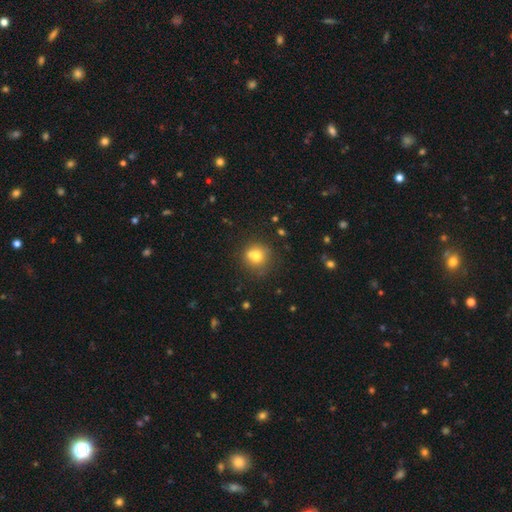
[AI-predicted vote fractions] This is likely a smooth galaxy (71%). How rounded: clearly round (85%). Merging: possibly none (52%).